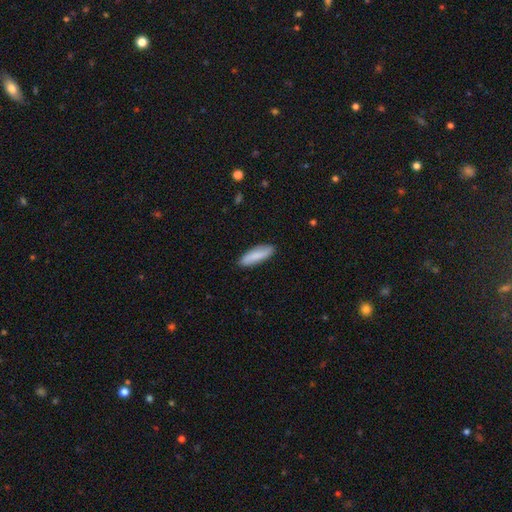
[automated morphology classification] smooth_or_featured: smooth (p=0.81) [alt: featured or disk p=0.13]
how_rounded: cigar-shaped (p=0.53) [alt: in between p=0.45]
merging: none (p=0.87) [alt: minor disturbance p=0.10]